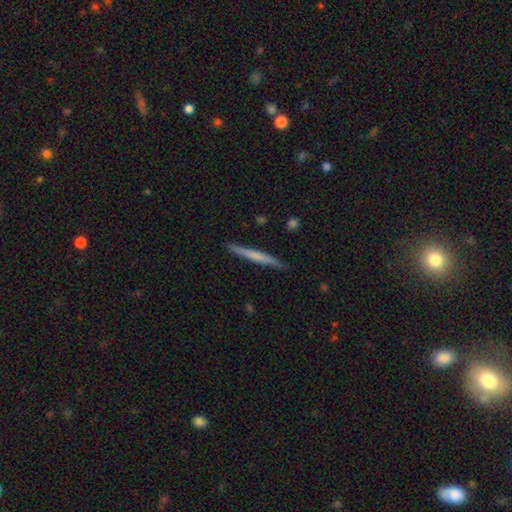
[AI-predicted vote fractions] This appears to be a smooth galaxy with no disk features (53%) that is cigar-shaped (97%). Merging: none (89%).